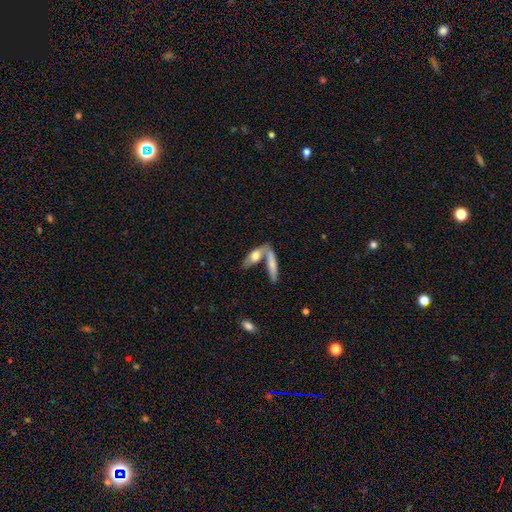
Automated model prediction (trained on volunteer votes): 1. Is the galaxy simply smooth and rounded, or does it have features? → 62% smooth, 32% featured or disk, 6% star or artifact.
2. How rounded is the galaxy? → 51% in between, 46% cigar-shaped, 4% round.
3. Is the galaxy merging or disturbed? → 47% merger, 38% none, 10% minor disturbance, 5% major disturbance.